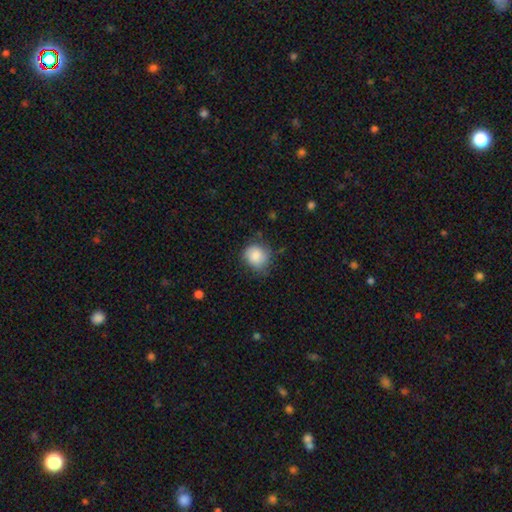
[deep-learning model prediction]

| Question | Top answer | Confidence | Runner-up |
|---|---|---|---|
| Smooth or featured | smooth | 81% | featured or disk (11%) |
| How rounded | round | 76% | in between (24%) |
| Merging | none | 62% | minor disturbance (28%) |